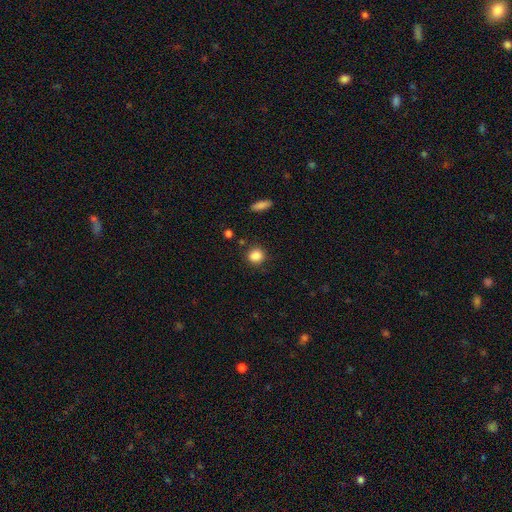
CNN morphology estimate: Overall: smooth (87%). How rounded: round (82%). Merging: none (85%).